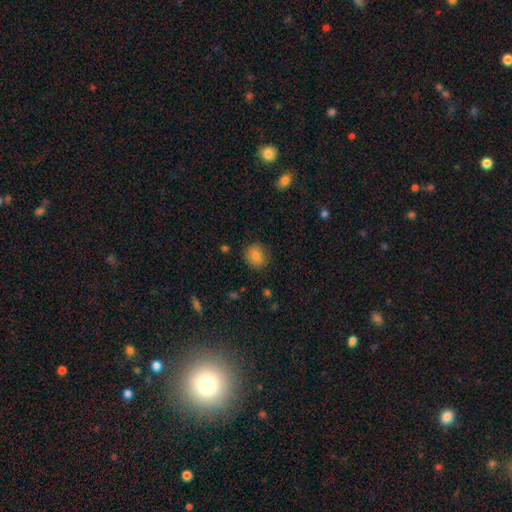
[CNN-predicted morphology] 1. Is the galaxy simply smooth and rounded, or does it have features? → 78% smooth, 11% featured or disk, 11% star or artifact.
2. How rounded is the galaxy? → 68% round, 31% in between, 1% cigar-shaped.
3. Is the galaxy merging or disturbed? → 84% none, 12% minor disturbance, 3% major disturbance, 1% merger.